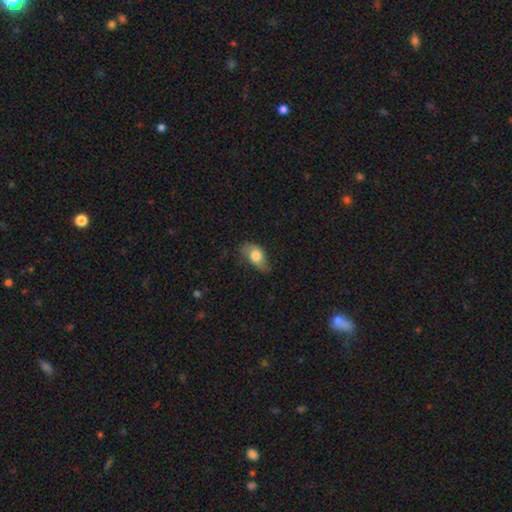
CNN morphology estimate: Smooth or featured: smooth — 63% (featured or disk — 30%)
How rounded: in between — 86% (round — 10%)
Merging: none — 56% (minor disturbance — 31%)